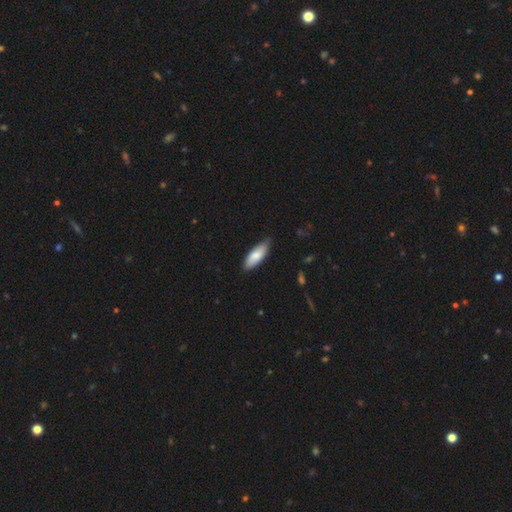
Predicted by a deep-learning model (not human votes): Smooth or featured? Predicted: smooth (p=0.81). How rounded? Predicted: in between (p=0.71). Merging? Predicted: none (p=0.76).